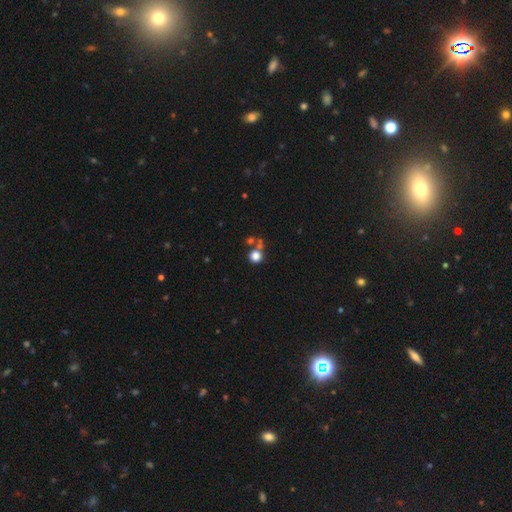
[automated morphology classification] Overall: smooth (78%). How rounded: round (91%). Merging: none (59%; merger 25%).